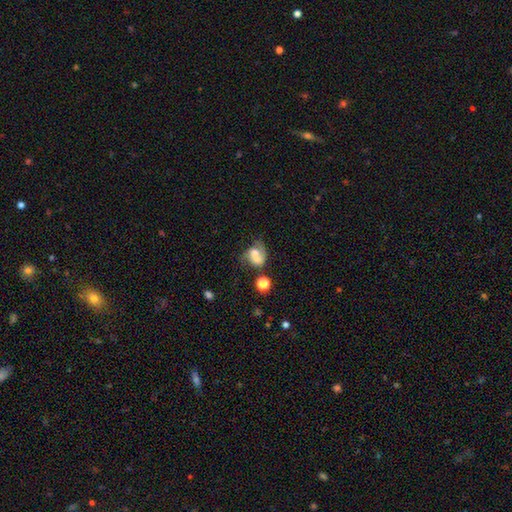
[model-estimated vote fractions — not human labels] smooth-or-featured: smooth: 50% | featured or disk: 38% | star or artifact: 12%
  how-rounded: in between: 56% | round: 43% | cigar-shaped: 1%
  merging: merger: 40% | none: 25% | minor disturbance: 18% | major disturbance: 16%